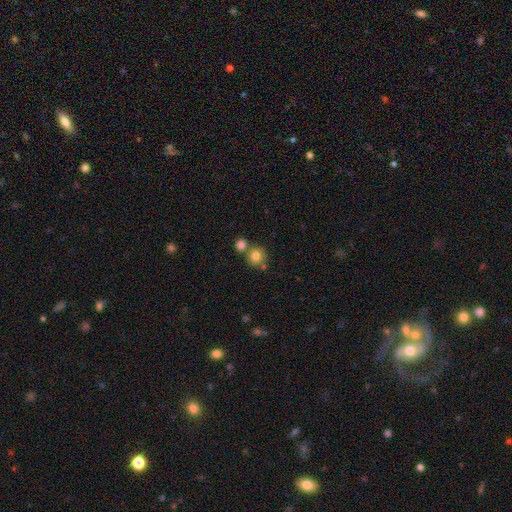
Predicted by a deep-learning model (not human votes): Morphology: type=smooth (79%); roundness=round (87%); merging=none (58%).